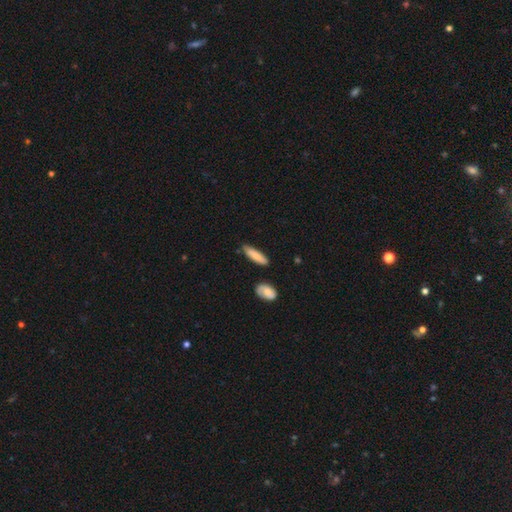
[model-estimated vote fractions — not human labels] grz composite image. It shows a smooth galaxy with no disk features (81%) that is cigar-shaped (68%). Merging: none (79%).